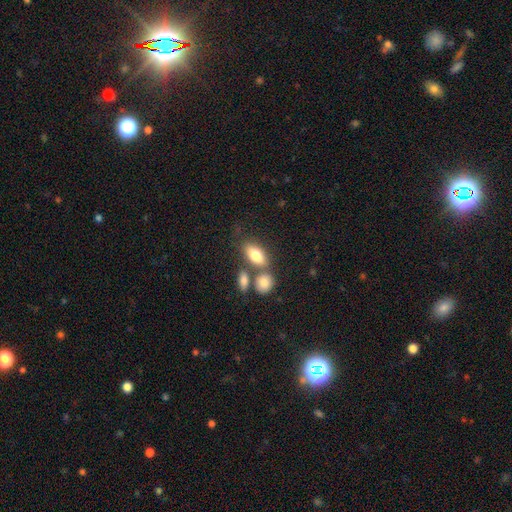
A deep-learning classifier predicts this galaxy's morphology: type=smooth (79%); roundness=in between (87%); merging=none (54%).